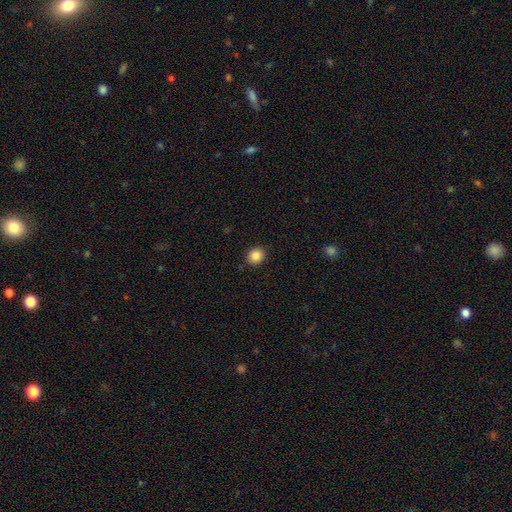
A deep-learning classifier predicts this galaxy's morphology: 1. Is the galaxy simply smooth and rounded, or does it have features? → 87% smooth, 9% star or artifact, 3% featured or disk.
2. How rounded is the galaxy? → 80% round, 20% in between, 1% cigar-shaped.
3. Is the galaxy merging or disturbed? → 90% none, 7% minor disturbance, 2% major disturbance, 1% merger.